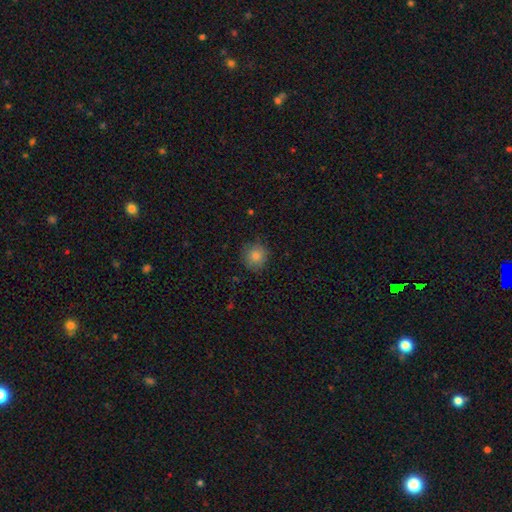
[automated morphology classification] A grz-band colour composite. It shows a smooth galaxy with no disk features (82%) that is round (92%). Merging: none (87%).